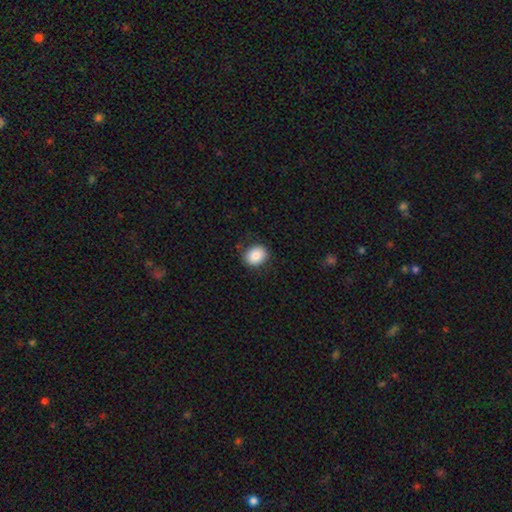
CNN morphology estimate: A smooth galaxy with no disk features (83%) that is round (65%).

Vote fractions:
- Smooth or featured? smooth: 83% / star or artifact: 9% / featured or disk: 8%
- How rounded? round: 65% / in between: 34% / cigar-shaped: 1%
- Merging? none: 85% / minor disturbance: 11% / major disturbance: 3% / merger: 1%